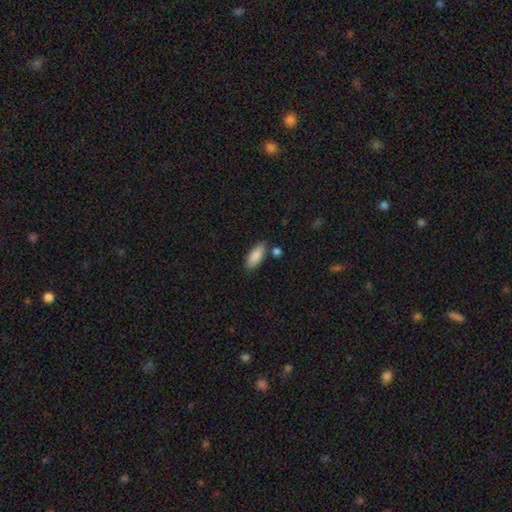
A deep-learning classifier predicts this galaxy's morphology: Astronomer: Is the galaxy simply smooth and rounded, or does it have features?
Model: smooth — 88%.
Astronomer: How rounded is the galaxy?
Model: in between — 81%.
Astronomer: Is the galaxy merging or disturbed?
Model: none — 79%.